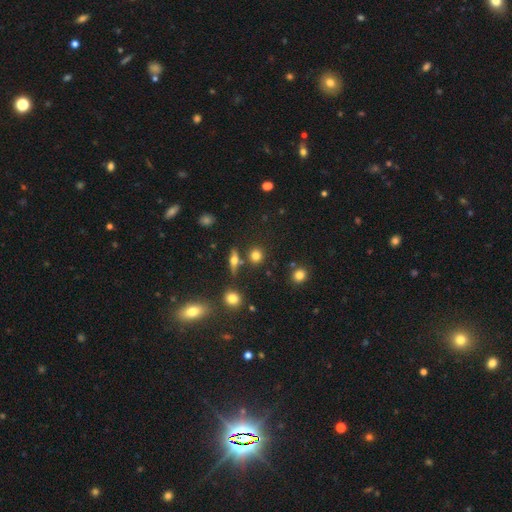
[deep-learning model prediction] Smooth or featured? Predicted: smooth (p=0.75). How rounded? Predicted: round (p=0.86). Merging? Predicted: none (p=0.77).